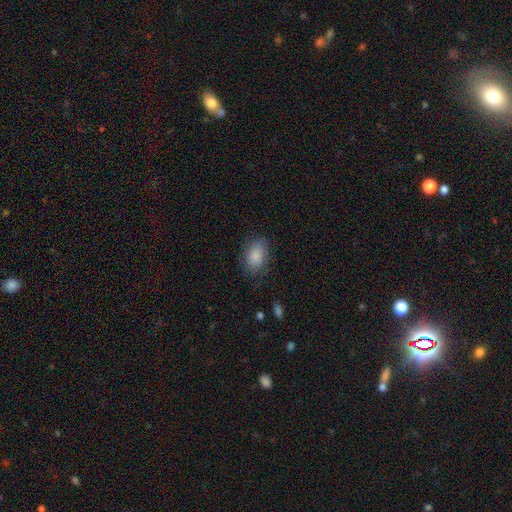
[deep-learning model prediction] This appears to be a smooth galaxy with no disk features (87%) that is in between round and cigar-shaped (85%). Merging: none (76%).